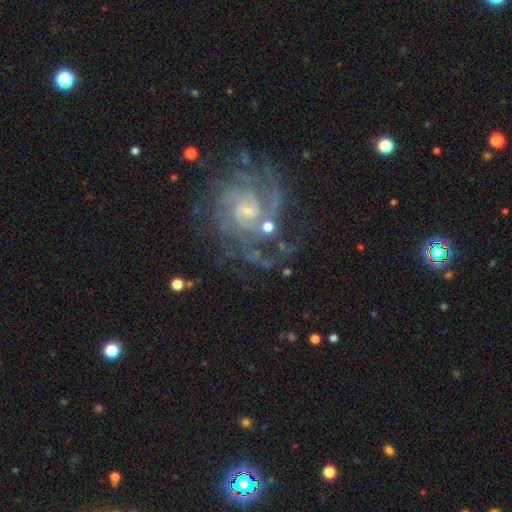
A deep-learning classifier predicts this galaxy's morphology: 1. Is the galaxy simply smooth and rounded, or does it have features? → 88% featured or disk, 7% star or artifact, 4% smooth.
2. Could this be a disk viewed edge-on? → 98% no, 2% yes.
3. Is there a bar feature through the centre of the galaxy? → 55% no, 38% weak, 8% strong.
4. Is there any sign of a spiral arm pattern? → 97% yes, 3% no.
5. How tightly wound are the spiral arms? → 58% tight, 35% medium, 7% loose.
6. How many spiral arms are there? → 23% can't tell, 22% 2, 21% 3, 18% 4, 9% more than 4, 7% 1.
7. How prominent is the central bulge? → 66% small, 26% moderate, 6% none, 2% large, 1% dominant.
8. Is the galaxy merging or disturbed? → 66% none, 16% minor disturbance, 13% major disturbance, 4% merger.